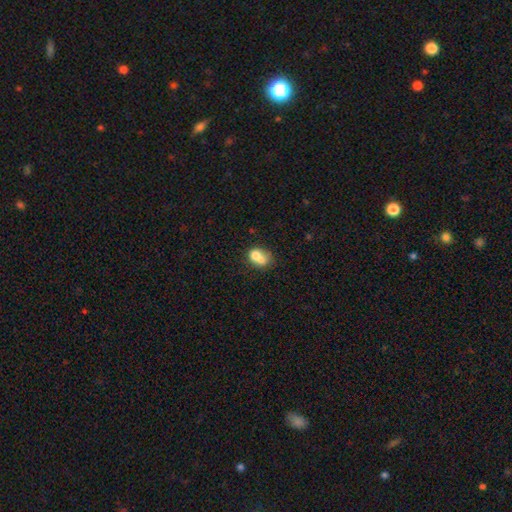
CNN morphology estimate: Smooth or featured? smooth (68%)
How rounded? round (50%)
Merging? merger (63%)